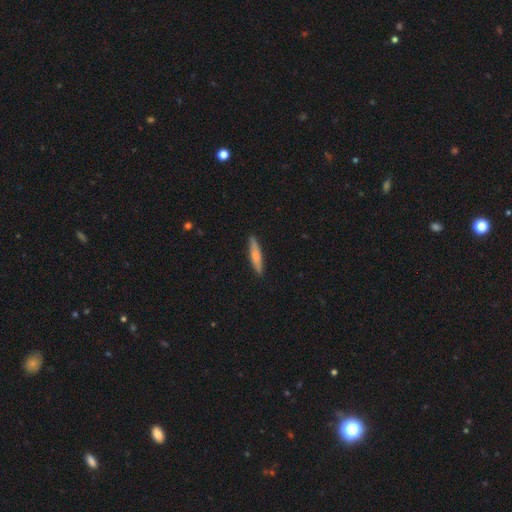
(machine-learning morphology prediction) Smooth or featured?
  - smooth: 67% *
  - featured or disk: 27%
  - star or artifact: 6%
How rounded?
  - cigar-shaped: 89% *
  - in between: 9%
  - round: 1%
Merging?
  - none: 89% *
  - minor disturbance: 8%
  - major disturbance: 2%
  - merger: 1%